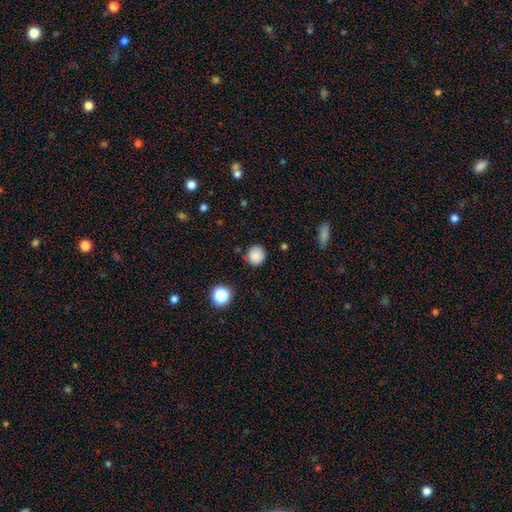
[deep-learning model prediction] This is clearly a smooth galaxy (84%). How rounded: clearly round (92%). Merging: clearly none (84%).